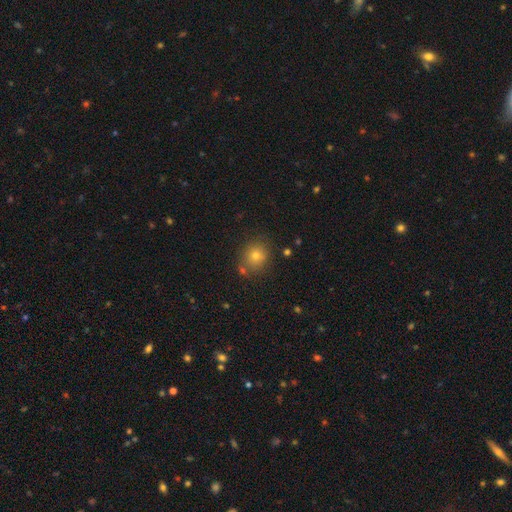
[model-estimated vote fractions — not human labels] Smooth or featured: smooth — 74% (star or artifact — 16%)
How rounded: round — 81% (in between — 18%)
Merging: none — 80% (minor disturbance — 11%)